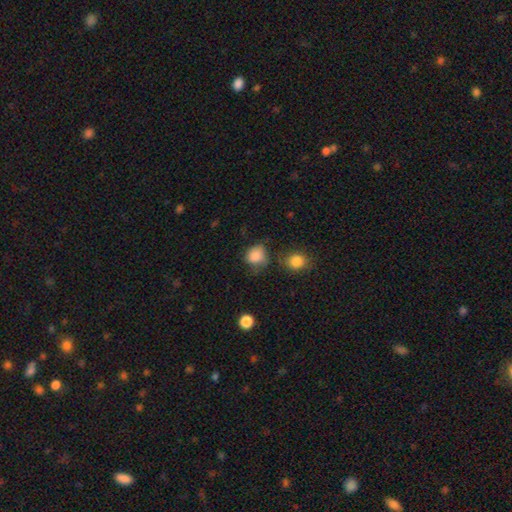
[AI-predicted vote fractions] The model was most divided on "merging": none: 48%, minor disturbance: 32%, major disturbance: 13%, merger: 6%. More confident: smooth or featured — smooth (84%); how rounded — round (67%).